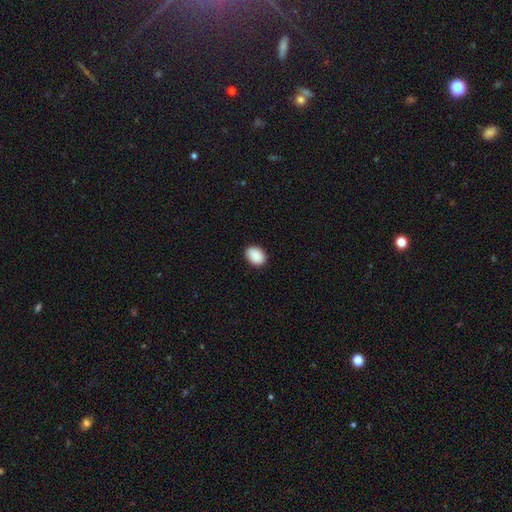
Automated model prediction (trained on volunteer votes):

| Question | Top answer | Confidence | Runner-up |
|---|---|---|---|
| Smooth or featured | smooth | 90% | star or artifact (7%) |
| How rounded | in between | 76% | round (23%) |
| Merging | none | 88% | minor disturbance (9%) |